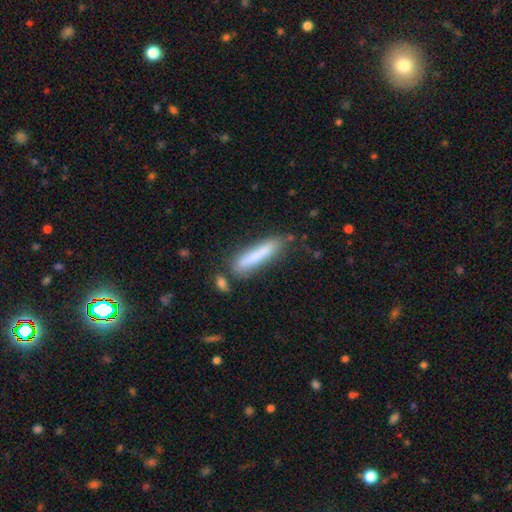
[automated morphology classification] This appears to be a smooth galaxy with no disk features (75%) that is cigar-shaped (88%). Merging: none (68%).